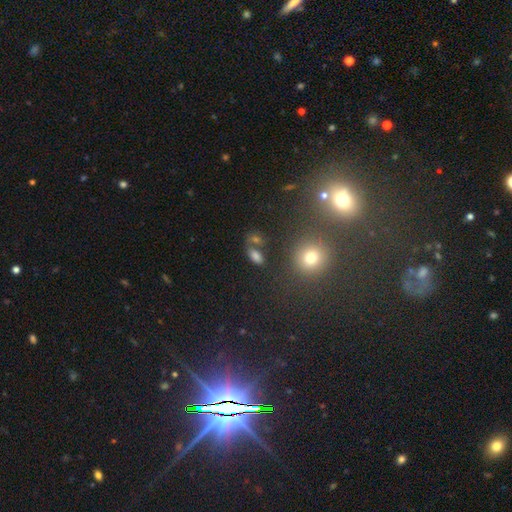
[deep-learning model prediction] This appears to be a smooth galaxy with no disk features (76%) that is in between round and cigar-shaped (86%). Merging: none (64%).